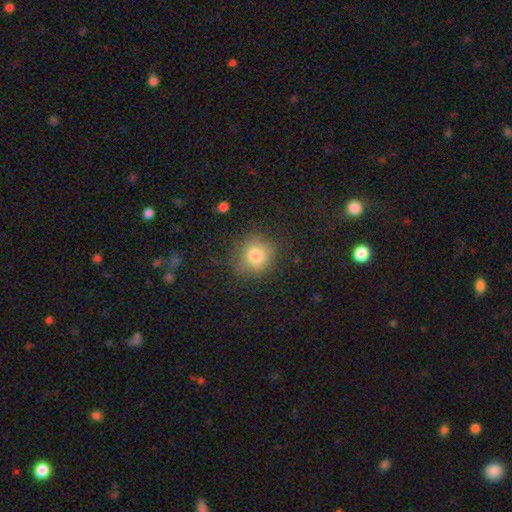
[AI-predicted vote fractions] Morphology: type=smooth (78%); roundness=round (84%); merging=none (74%).